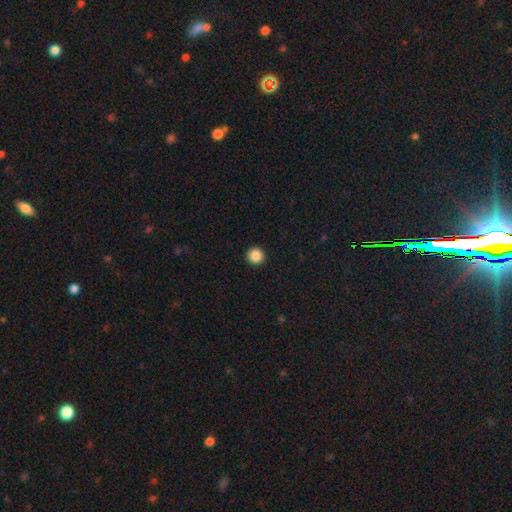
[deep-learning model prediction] smooth_or_featured: smooth (p=0.87) [alt: star or artifact p=0.10]
how_rounded: round (p=0.96) [alt: in between p=0.03]
merging: none (p=0.94) [alt: minor disturbance p=0.04]